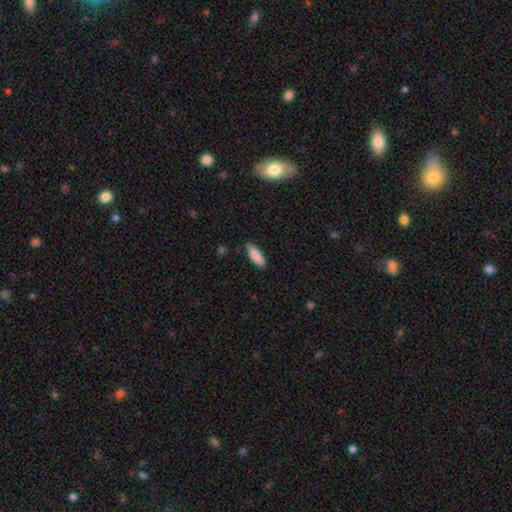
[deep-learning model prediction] This is clearly a smooth galaxy (88%). How rounded: possibly in between (58%). Merging: clearly none (82%).